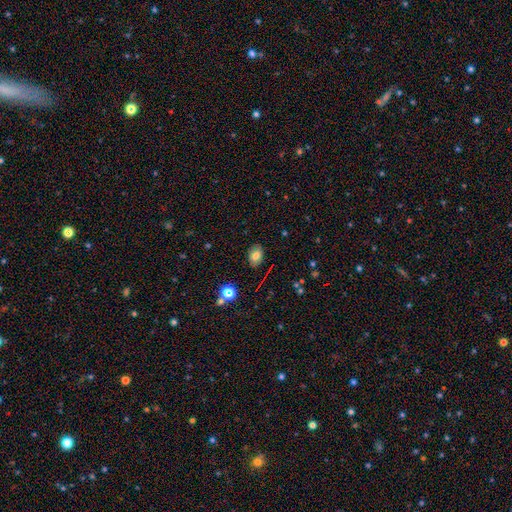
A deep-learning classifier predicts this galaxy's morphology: The model was most divided on "smooth or featured": smooth: 72%, featured or disk: 15%, star or artifact: 13%. More confident: merging — none (82%); how rounded — in between (78%).